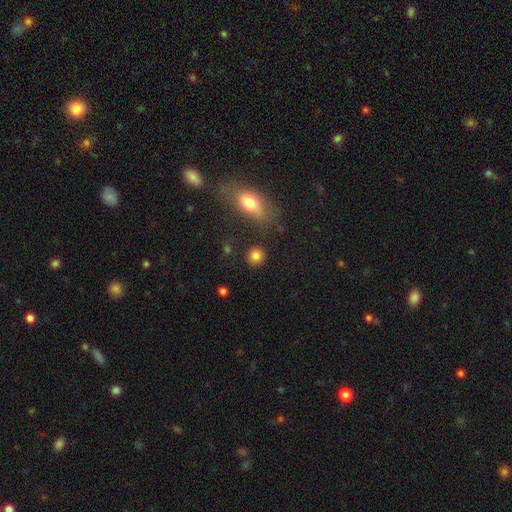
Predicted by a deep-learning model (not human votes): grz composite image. It shows a smooth galaxy with no disk features (84%) that is round (82%). Merging: none (86%).